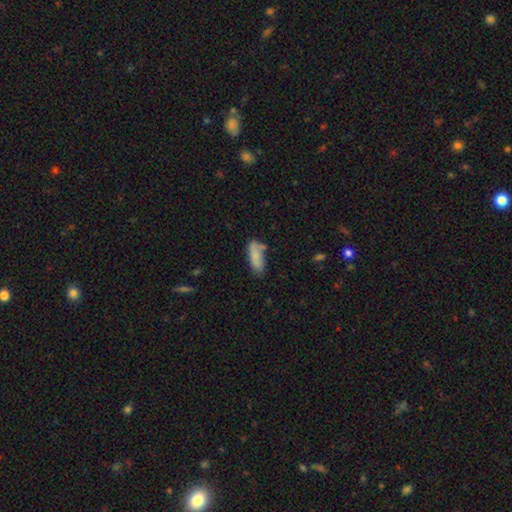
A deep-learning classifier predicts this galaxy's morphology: A smooth galaxy with no disk features (82%) that is in between round and cigar-shaped (73%).

Vote fractions:
- Smooth or featured? smooth: 82% / featured or disk: 10% / star or artifact: 7%
- How rounded? in between: 73% / cigar-shaped: 25% / round: 2%
- Merging? none: 57% / minor disturbance: 27% / major disturbance: 8% / merger: 8%